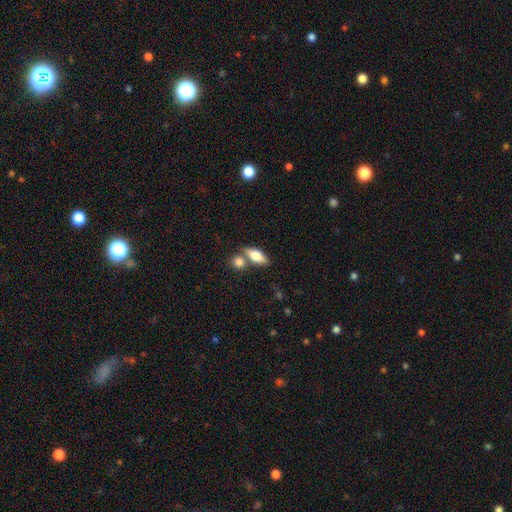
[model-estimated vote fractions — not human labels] The model was most divided on "merging": none: 56%, merger: 30%, minor disturbance: 11%, major disturbance: 4%. More confident: how rounded — in between (75%); smooth or featured — smooth (70%).